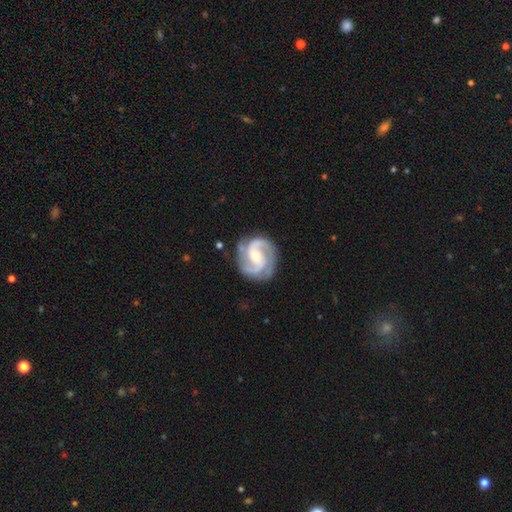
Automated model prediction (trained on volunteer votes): This is clearly a featured or disk galaxy (92%). It is clearly not viewed edge-on (98%). Bar: marginally weak (42%). Spiral arm pattern: clearly yes (98%). Spiral arm count: likely 2 (71%). Spiral winding: possibly medium (52%). Central bulge: possibly moderate (52%). Merging: clearly none (81%).